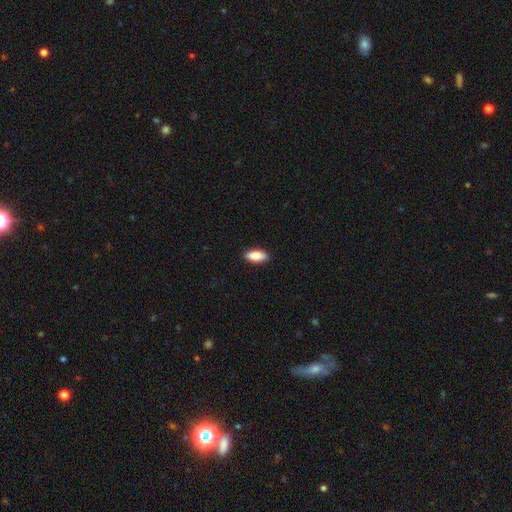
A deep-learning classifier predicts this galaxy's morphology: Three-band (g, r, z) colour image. It shows a smooth galaxy with no disk features (87%) that is in between round and cigar-shaped (81%). Merging: none (90%).